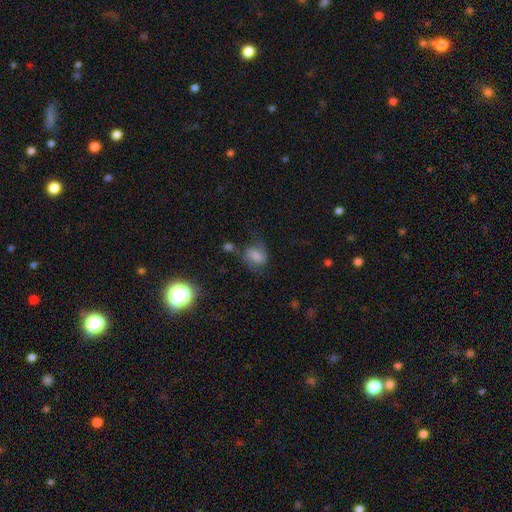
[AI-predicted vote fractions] smooth-or-featured: smooth: 57% | featured or disk: 30% | star or artifact: 13%
  how-rounded: in between: 63% | round: 36% | cigar-shaped: 2%
  merging: none: 48% | minor disturbance: 26% | major disturbance: 20% | merger: 6%